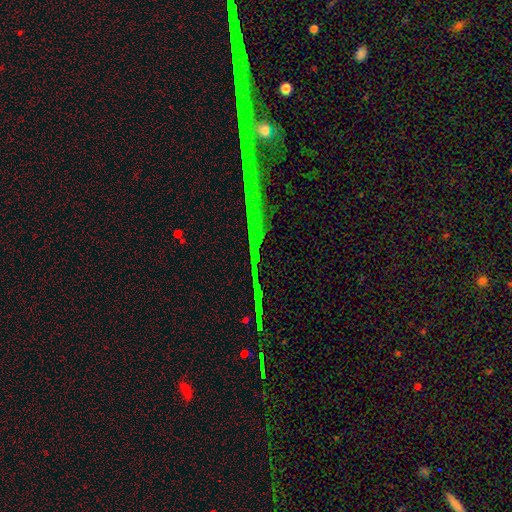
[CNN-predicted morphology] Smooth or featured: star or artifact — 79% (featured or disk — 12%)